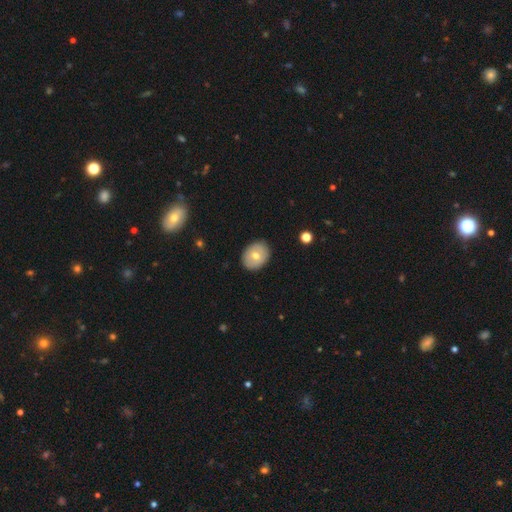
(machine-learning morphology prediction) Smooth or featured?
  - smooth: 65% *
  - featured or disk: 28%
  - star or artifact: 7%
How rounded?
  - in between: 61% *
  - round: 38%
  - cigar-shaped: 1%
Merging?
  - none: 87% *
  - minor disturbance: 10%
  - major disturbance: 2%
  - merger: 1%